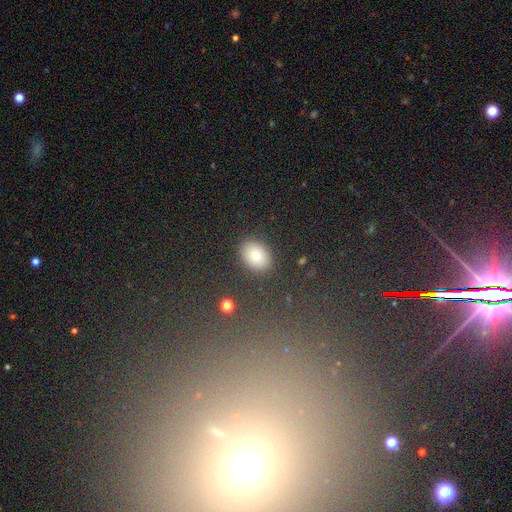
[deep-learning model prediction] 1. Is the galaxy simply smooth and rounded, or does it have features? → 81% smooth, 11% star or artifact, 8% featured or disk.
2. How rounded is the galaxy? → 66% in between, 33% round, 1% cigar-shaped.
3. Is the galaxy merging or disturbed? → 86% none, 9% minor disturbance, 3% major disturbance, 2% merger.